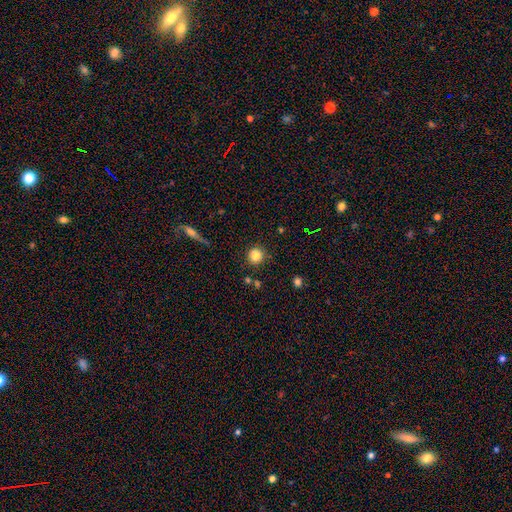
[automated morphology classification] Smooth or featured?
  - smooth: 83% *
  - star or artifact: 11%
  - featured or disk: 7%
How rounded?
  - round: 91% *
  - in between: 8%
  - cigar-shaped: 1%
Merging?
  - none: 86% *
  - minor disturbance: 8%
  - merger: 3%
  - major disturbance: 3%